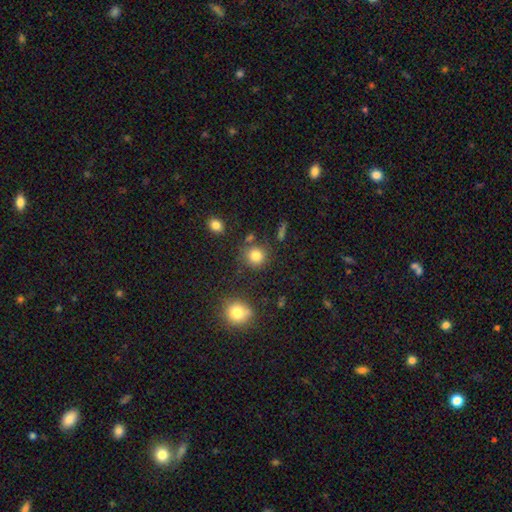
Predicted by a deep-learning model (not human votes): smooth 82%, star or artifact 12%, featured or disk 6%. Down the decision tree: how rounded — round (88%); merging — none (79%).